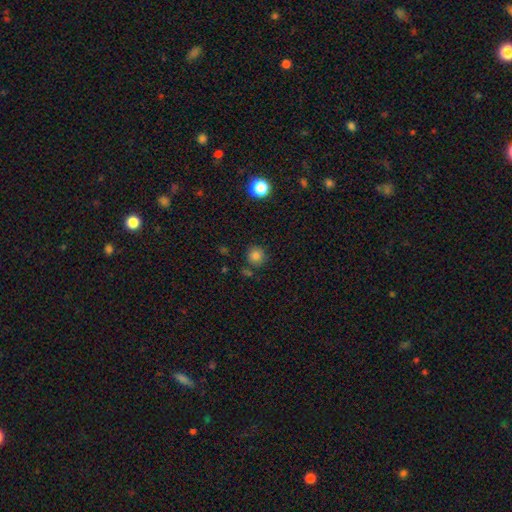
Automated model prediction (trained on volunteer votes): This appears to be a smooth galaxy with no disk features (81%) that is round (92%). Merging: none (80%).